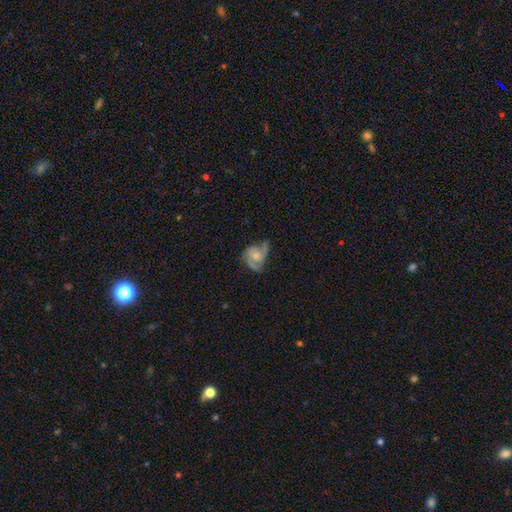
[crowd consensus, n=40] Smooth or featured?
  - featured or disk: 65% *
  - smooth: 30%
  - star or artifact: 5%
Edge-on disk?
  - no: 100% *
  - yes: 0%
Bar?
  - no: 85% *
  - strong: 8%
  - weak: 8%
Spiral arms?
  - yes: 96% *
  - no: 4%
Spiral winding?
  - medium: 40% *
  - tight: 32%
  - loose: 28%
Spiral arm count?
  - 2: 64% *
  - 3: 24%
  - 1: 8%
  - can't tell: 4%
  - 4: 0%
  - more than 4: 0%
Bulge size?
  - moderate: 58% *
  - small: 35%
  - none: 8%
  - dominant: 0%
  - large: 0%
Merging?
  - none: 50% *
  - minor disturbance: 26%
  - major disturbance: 18%
  - merger: 5%